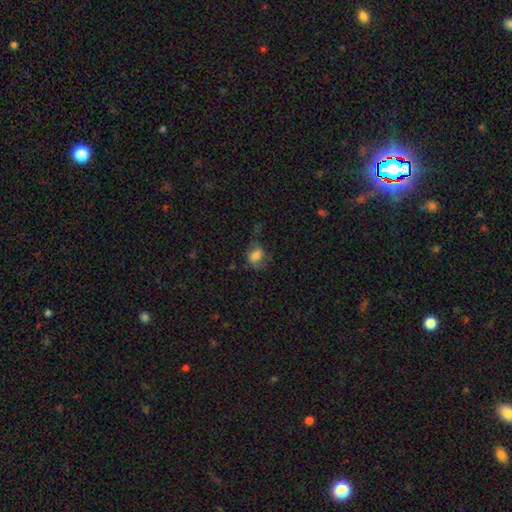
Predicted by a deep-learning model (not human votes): Smooth or featured? Predicted: smooth (p=0.74). How rounded? Predicted: in between (p=0.69). Merging? Predicted: none (p=0.39).